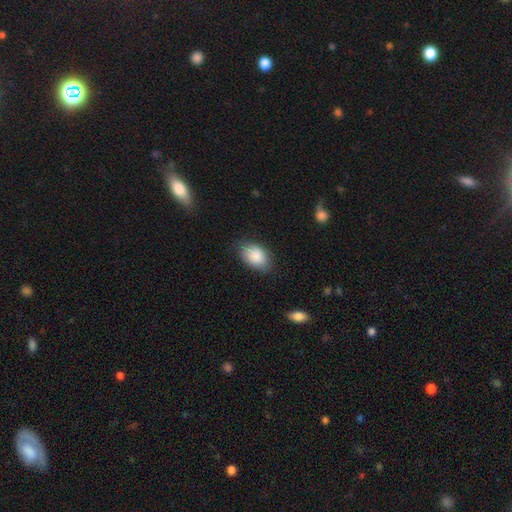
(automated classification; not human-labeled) The model was most divided on "merging": none: 78%, minor disturbance: 17%, major disturbance: 4%, merger: 1%. More confident: how rounded — in between (89%); smooth or featured — smooth (88%).